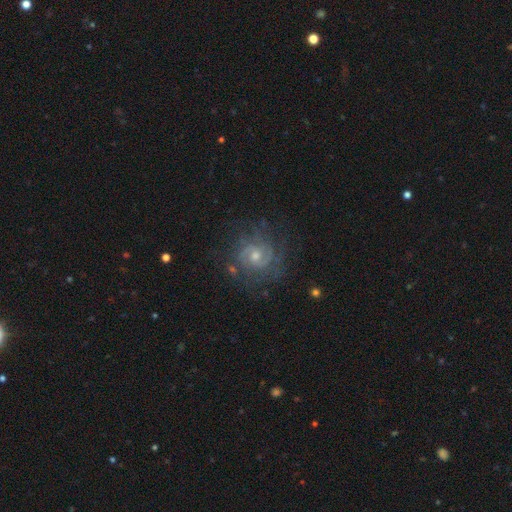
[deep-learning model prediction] A featured or disk galaxy (81%) with no bar (65%), 2 (46%) tight (59%) spiral arms (93%) and a moderate central bulge (55%).

Vote fractions:
- Smooth or featured? featured or disk: 81% / smooth: 11% / star or artifact: 8%
- Edge-on disk? no: 98% / yes: 2%
- Bar? no: 65% / weak: 30% / strong: 5%
- Spiral arms? yes: 93% / no: 7%
- Spiral winding? tight: 59% / medium: 33% / loose: 8%
- Spiral arm count? 2: 46% / can't tell: 27% / 3: 14% / 4: 5% / 1: 4% / more than 4: 4%
- Bulge size? moderate: 55% / small: 39% / large: 3% / none: 2% / dominant: 1%
- Merging? none: 72% / minor disturbance: 16% / major disturbance: 9% / merger: 2%